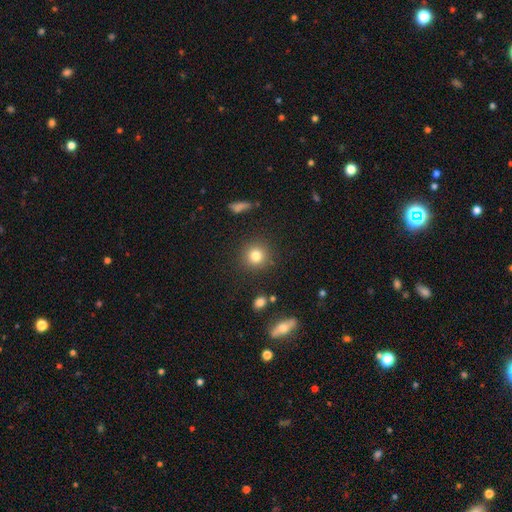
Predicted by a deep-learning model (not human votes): Smooth or featured? smooth (80%)
How rounded? round (92%)
Merging? none (88%)